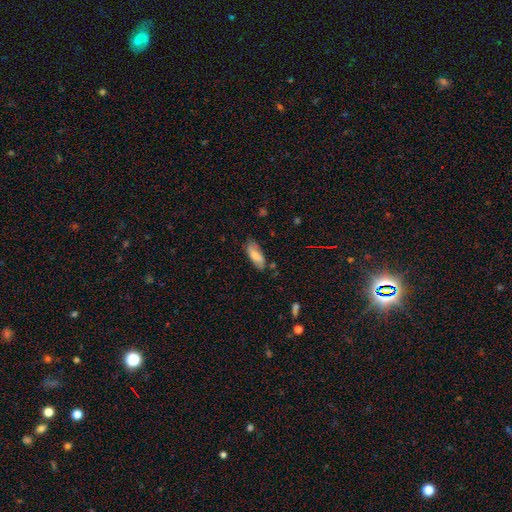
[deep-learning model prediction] Smooth or featured: smooth — 73% (featured or disk — 20%)
How rounded: in between — 72% (cigar-shaped — 26%)
Merging: none — 69% (minor disturbance — 23%)